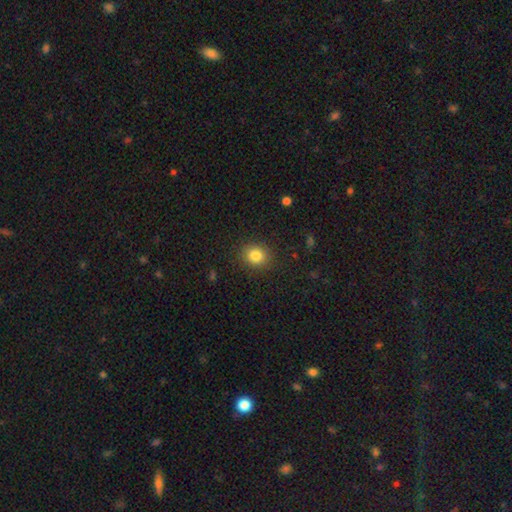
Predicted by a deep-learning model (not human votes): Overall: smooth (84%). How rounded: round (71%). Merging: none (88%).